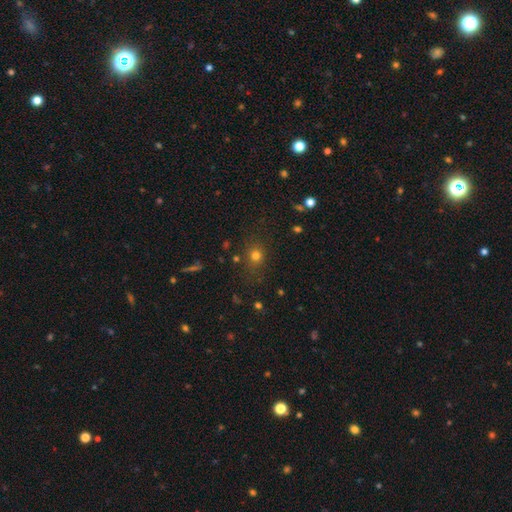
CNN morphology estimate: Smooth or featured? smooth (74%)
How rounded? round (79%)
Merging? none (80%)